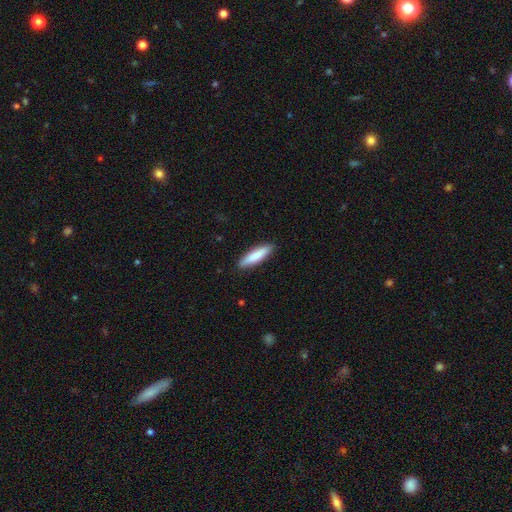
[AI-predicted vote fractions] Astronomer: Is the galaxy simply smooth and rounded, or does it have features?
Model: smooth — 82%.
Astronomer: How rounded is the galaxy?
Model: cigar-shaped — 76%.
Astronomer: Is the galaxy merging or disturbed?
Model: none — 89%.